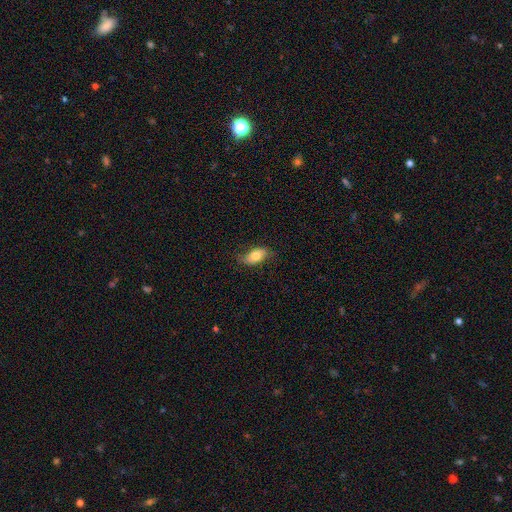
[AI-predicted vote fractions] smooth 72%, featured or disk 21%, star or artifact 7%. Down the decision tree: how rounded — in between (90%); merging — none (75%).